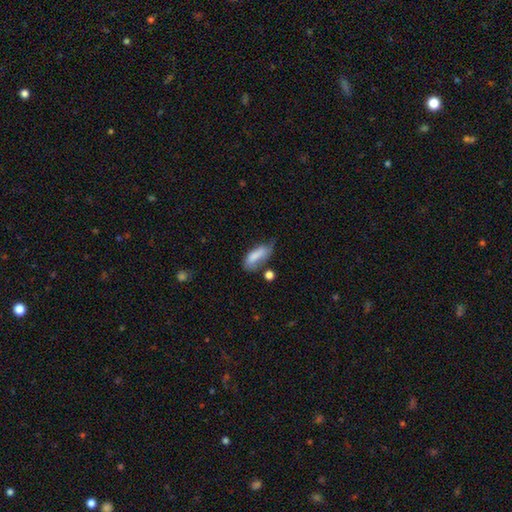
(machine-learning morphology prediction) Smooth or featured? Predicted: smooth (p=0.77). How rounded? Predicted: in between (p=0.78). Merging? Predicted: minor disturbance (p=0.36).